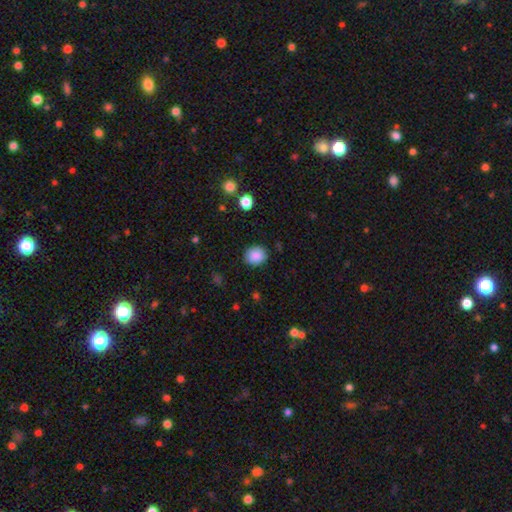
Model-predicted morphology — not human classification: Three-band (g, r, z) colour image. It shows a smooth galaxy with no disk features (88%) that is round (73%). Merging: none (88%).